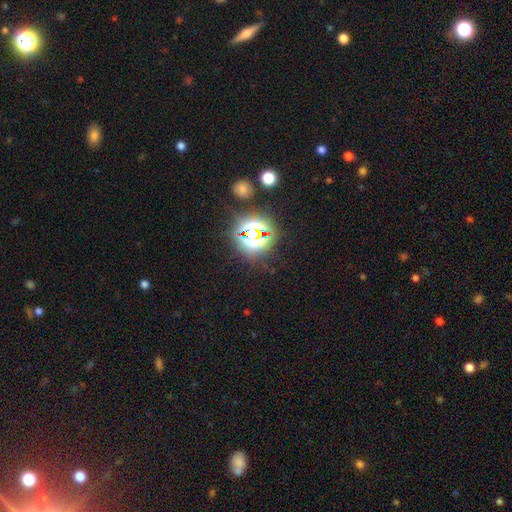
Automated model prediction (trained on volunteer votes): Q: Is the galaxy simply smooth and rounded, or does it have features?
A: star or artifact — 76%.